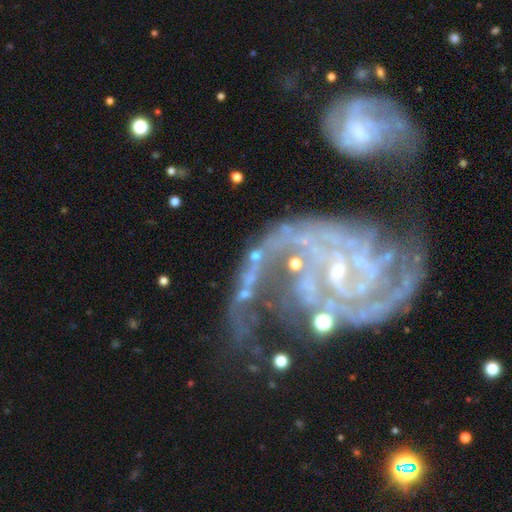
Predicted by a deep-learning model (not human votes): smooth_or_featured: featured or disk (p=0.40) [alt: star or artifact p=0.34]
merging: none (p=0.41) [alt: merger p=0.25]